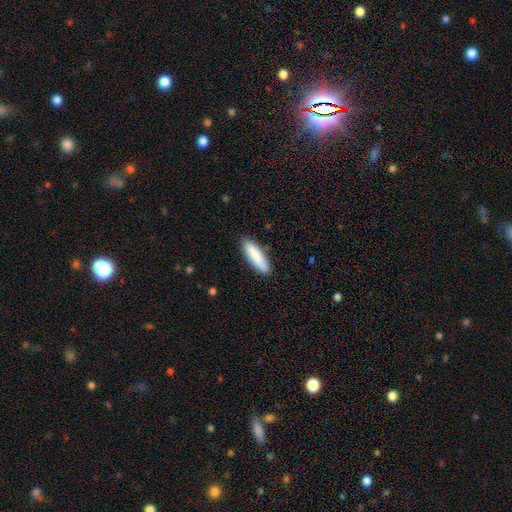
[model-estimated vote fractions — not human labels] Q: Smooth or featured?
A: smooth (87%); runner-up: featured or disk (7%)
Q: How rounded?
A: cigar-shaped (60%); runner-up: in between (38%)
Q: Merging?
A: none (87%); runner-up: minor disturbance (10%)